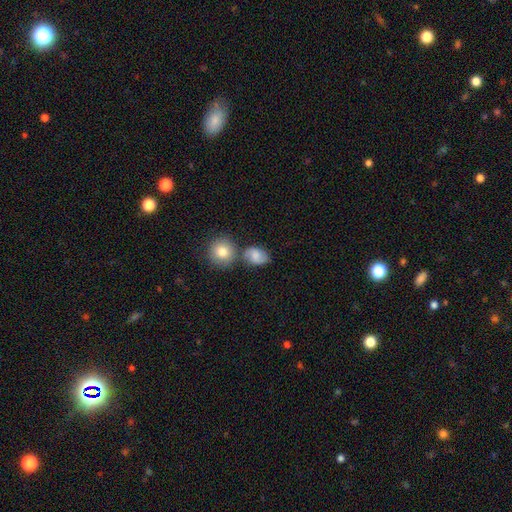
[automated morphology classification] smooth_or_featured: smooth (p=0.67) [alt: featured or disk p=0.24]
how_rounded: in between (p=0.61) [alt: round p=0.37]
merging: none (p=0.59) [alt: minor disturbance p=0.19]